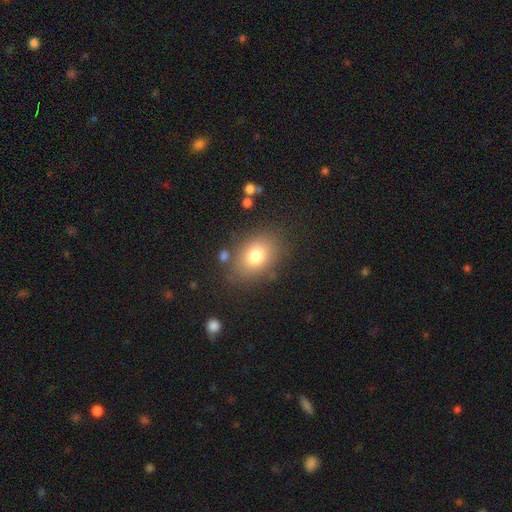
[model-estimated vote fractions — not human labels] Smooth or featured?
  - smooth: 78% *
  - featured or disk: 12%
  - star or artifact: 11%
How rounded?
  - in between: 71% *
  - round: 28%
  - cigar-shaped: 1%
Merging?
  - none: 79% *
  - minor disturbance: 12%
  - major disturbance: 5%
  - merger: 4%